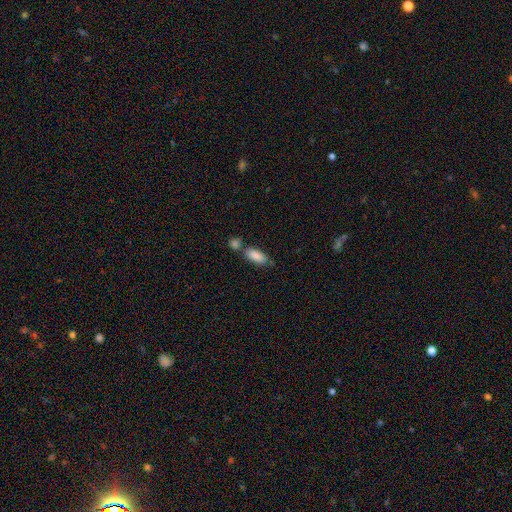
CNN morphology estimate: A smooth galaxy with no disk features (86%) that is in between round and cigar-shaped (84%). Merging: none (52%).